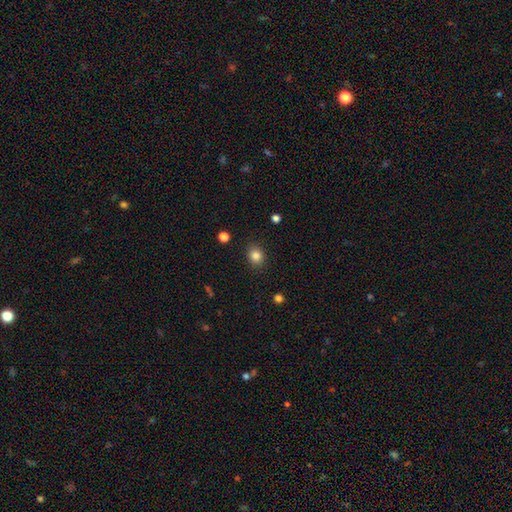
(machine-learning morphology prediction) A smooth galaxy with no disk features (84%) that is round (66%).

Vote fractions:
- Smooth or featured? smooth: 84% / star or artifact: 11% / featured or disk: 5%
- How rounded? round: 66% / in between: 33% / cigar-shaped: 1%
- Merging? none: 87% / minor disturbance: 9% / major disturbance: 3% / merger: 1%